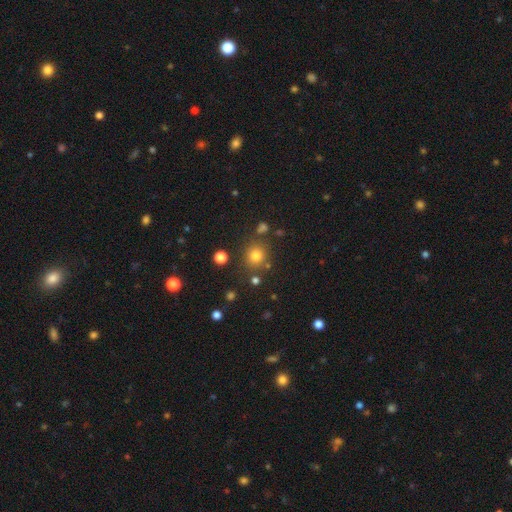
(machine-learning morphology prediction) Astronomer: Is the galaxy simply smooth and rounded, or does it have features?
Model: smooth — 78%.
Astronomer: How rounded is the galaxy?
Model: round — 87%.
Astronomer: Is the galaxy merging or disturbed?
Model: none — 81%.